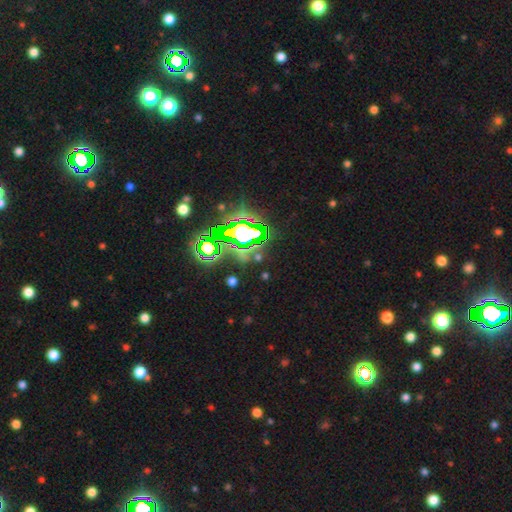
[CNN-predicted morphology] A star or artifact, not a galaxy (78%).

Vote fractions:
- Smooth or featured? star or artifact: 78% / smooth: 12% / featured or disk: 10%